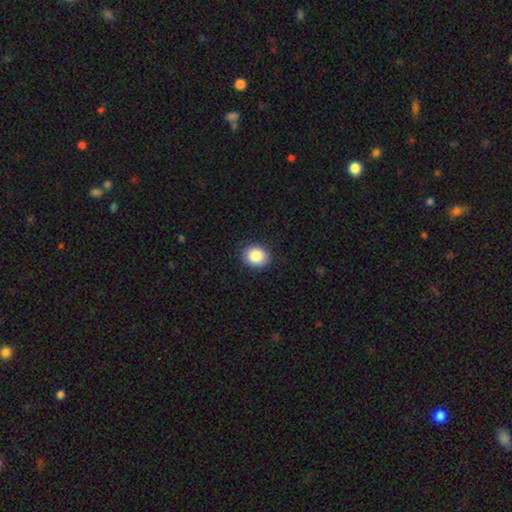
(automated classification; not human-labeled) Smooth or featured? smooth (88%)
How rounded? round (61%)
Merging? none (89%)